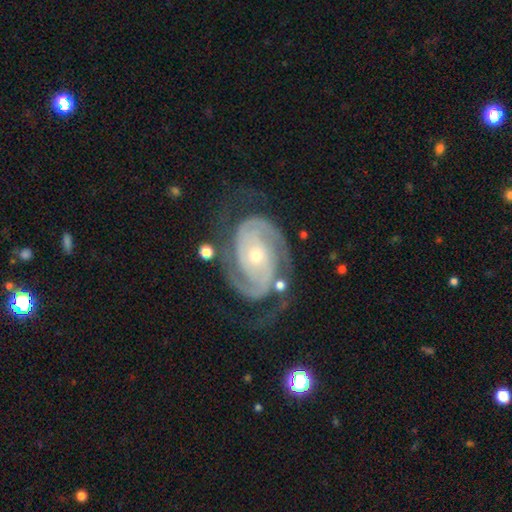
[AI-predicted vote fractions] smooth-or-featured: featured or disk: 93% | star or artifact: 4% | smooth: 3%
  disk-edge-on: no: 97% | yes: 3%
    bar: no: 65% | weak: 22% | strong: 13%
    has-spiral-arms: yes: 98% | no: 2%
      spiral-winding: tight: 60% | medium: 34% | loose: 6%
      spiral-arm-count: 2: 88% | 3: 4% | can't tell: 3% | 1: 2% | 4: 2% | more than 4: 1%
    bulge-size: small: 65% | moderate: 31% | large: 2% | none: 1% | dominant: 1%
  merging: none: 70% | minor disturbance: 16% | major disturbance: 11% | merger: 3%